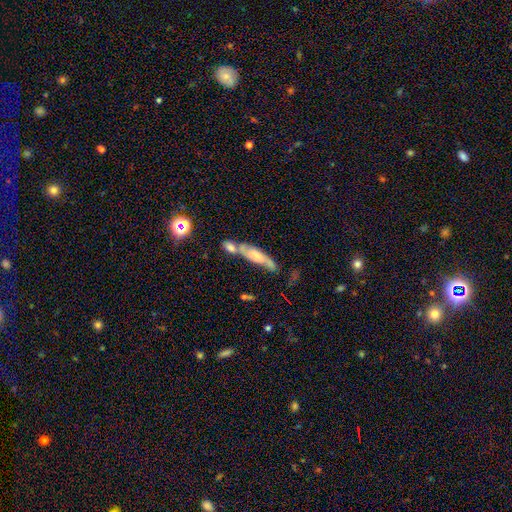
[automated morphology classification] Smooth or featured? Predicted: featured or disk (p=0.56). Edge-on disk? Predicted: no (p=0.60). Merging? Predicted: merger (p=0.40).